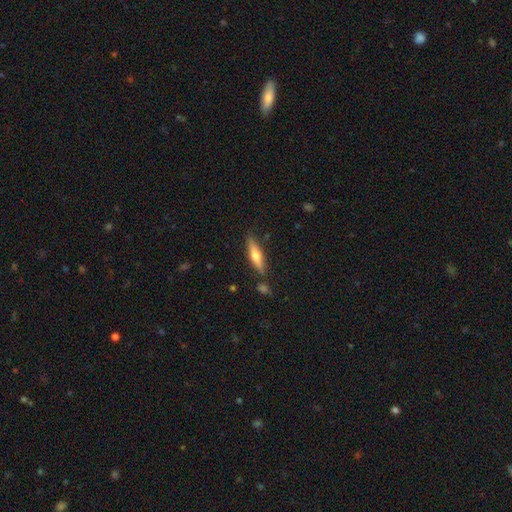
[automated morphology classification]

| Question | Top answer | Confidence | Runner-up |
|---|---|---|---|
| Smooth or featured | featured or disk | 48% | smooth (46%) |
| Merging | none | 82% | minor disturbance (11%) |